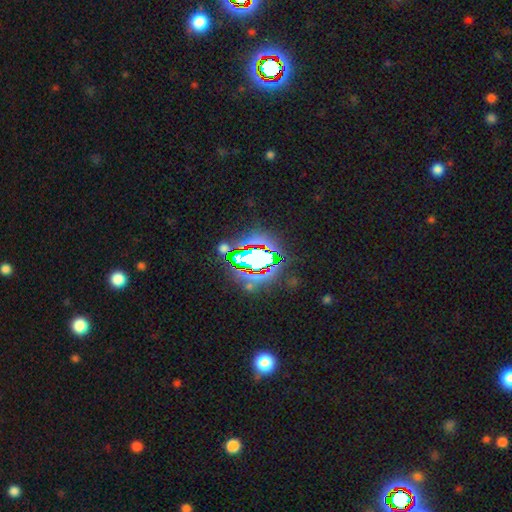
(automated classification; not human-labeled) Smooth or featured? star or artifact (79%)